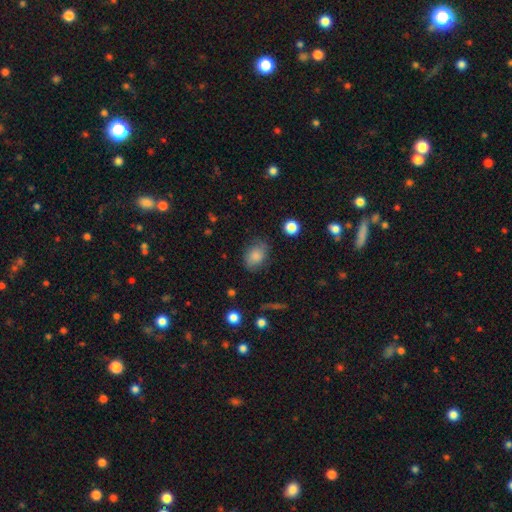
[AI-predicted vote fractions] A smooth galaxy with no disk features (81%) that is in between round and cigar-shaped (74%). Merging: none (72%).